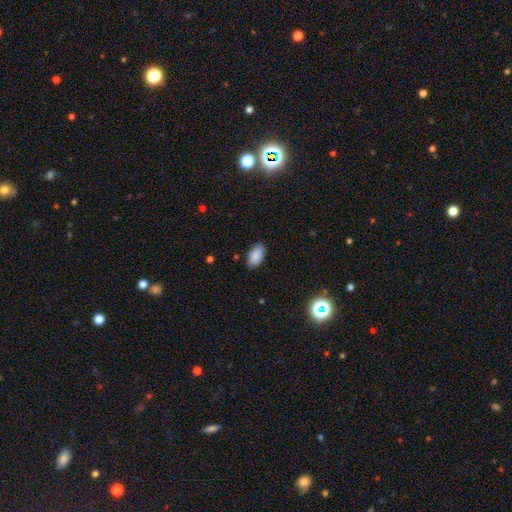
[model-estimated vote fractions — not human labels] Smooth or featured? Predicted: smooth (p=0.87). How rounded? Predicted: in between (p=0.94). Merging? Predicted: none (p=0.85).